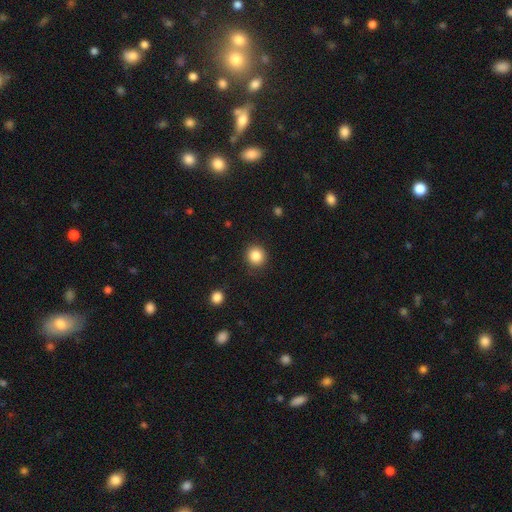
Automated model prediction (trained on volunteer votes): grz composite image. It shows a smooth galaxy with no disk features (86%) that is round (91%). Merging: none (90%).